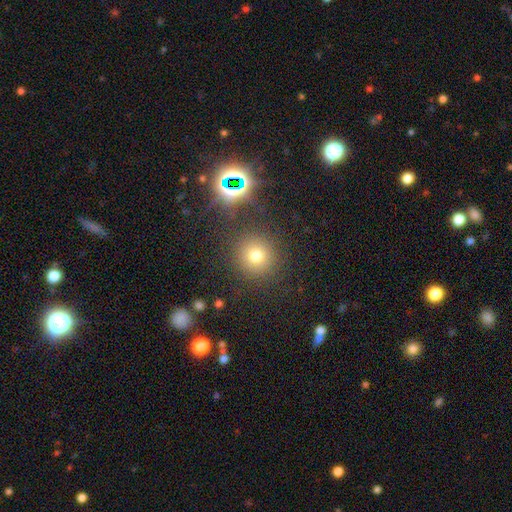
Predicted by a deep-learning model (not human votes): The model was most divided on "smooth or featured": smooth: 72%, star or artifact: 20%, featured or disk: 9%. More confident: how rounded — round (93%); merging — none (85%).